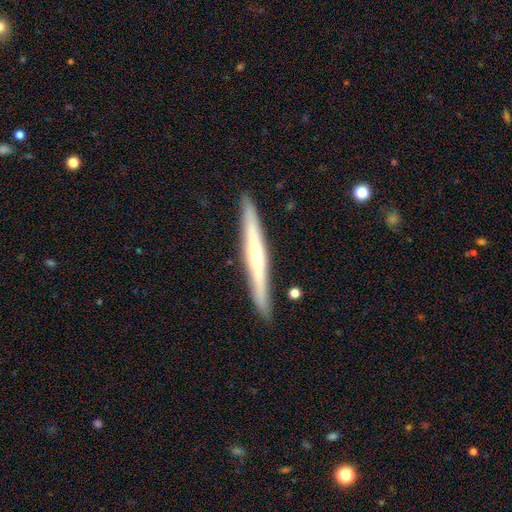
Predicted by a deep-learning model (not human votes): Morphology: type=featured or disk (65%); edge-on=yes (96%); edge-on bulge=rounded (72%); merging=none (91%).